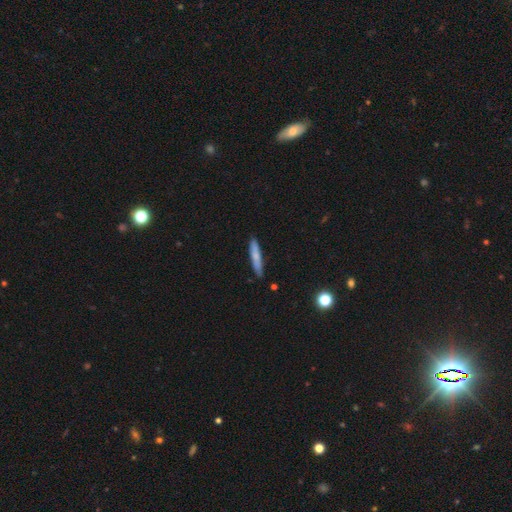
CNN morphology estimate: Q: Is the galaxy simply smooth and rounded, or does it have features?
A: smooth — 73%.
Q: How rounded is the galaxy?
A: cigar-shaped — 92%.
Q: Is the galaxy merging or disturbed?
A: none — 85%.